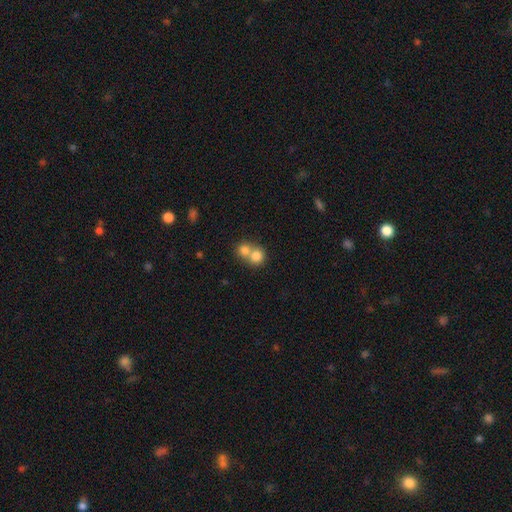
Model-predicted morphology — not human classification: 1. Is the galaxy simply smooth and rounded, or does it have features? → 78% smooth, 12% featured or disk, 10% star or artifact.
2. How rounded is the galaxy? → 82% round, 17% in between, 1% cigar-shaped.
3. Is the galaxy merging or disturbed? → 62% merger, 31% none, 5% minor disturbance, 2% major disturbance.